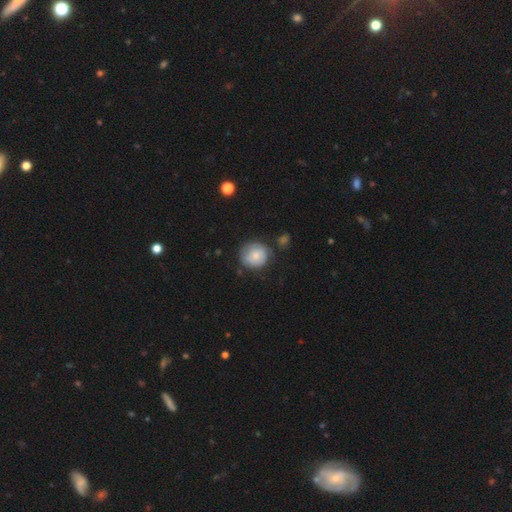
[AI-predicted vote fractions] smooth_or_featured: smooth (p=0.64) [alt: featured or disk p=0.29]
how_rounded: round (p=0.87) [alt: in between p=0.12]
merging: none (p=0.67) [alt: minor disturbance p=0.22]